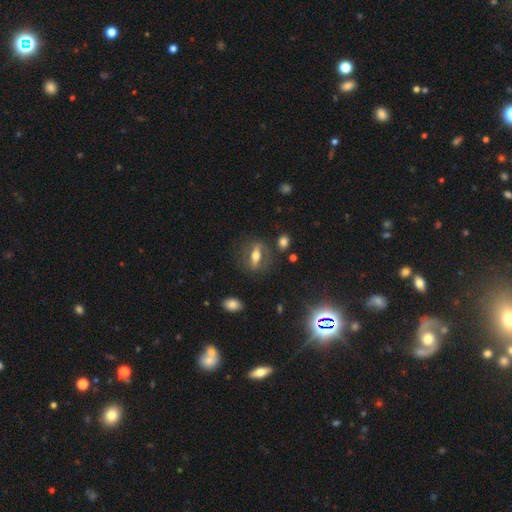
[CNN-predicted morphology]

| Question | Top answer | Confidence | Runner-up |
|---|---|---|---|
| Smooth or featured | featured or disk | 53% | smooth (37%) |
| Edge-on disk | no | 54% | yes (46%) |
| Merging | none | 72% | minor disturbance (15%) |